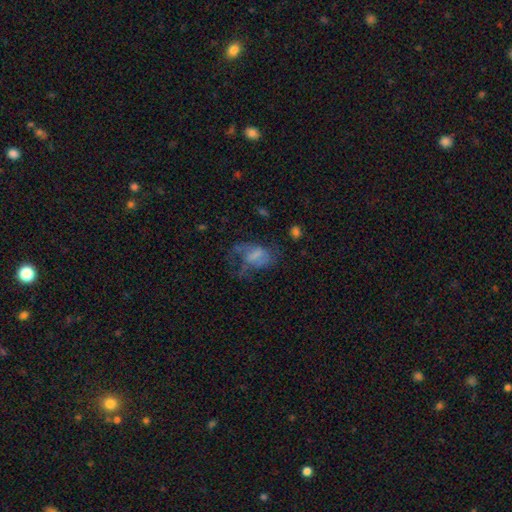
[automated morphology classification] smooth_or_featured: smooth (p=0.45) [alt: featured or disk p=0.42]
merging: major disturbance (p=0.48) [alt: none p=0.27]